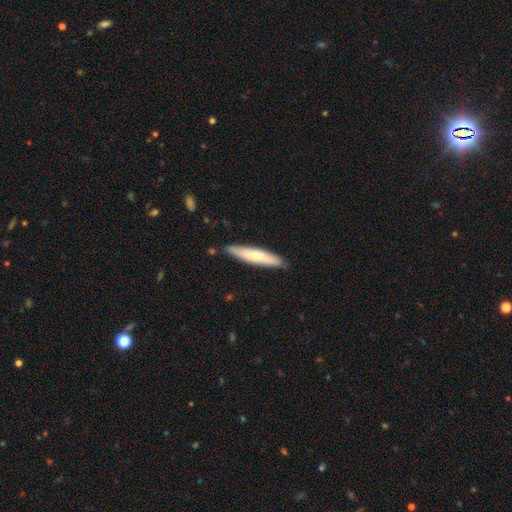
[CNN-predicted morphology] Smooth or featured: smooth — 62% (featured or disk — 33%)
How rounded: cigar-shaped — 88% (in between — 11%)
Merging: none — 83% (minor disturbance — 13%)